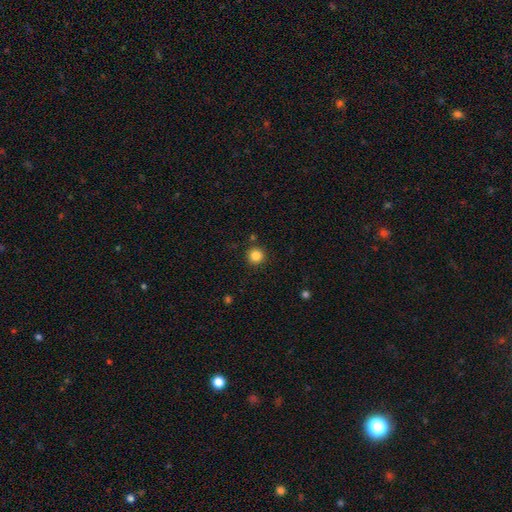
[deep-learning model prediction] smooth-or-featured: smooth: 84% | star or artifact: 11% | featured or disk: 4%
  how-rounded: round: 95% | in between: 4% | cigar-shaped: 1%
  merging: none: 90% | minor disturbance: 6% | merger: 2% | major disturbance: 2%